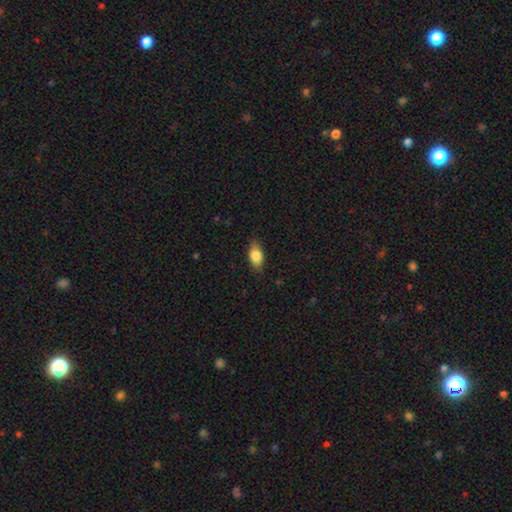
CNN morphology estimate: Smooth or featured? smooth (80%)
How rounded? in between (85%)
Merging? none (80%)